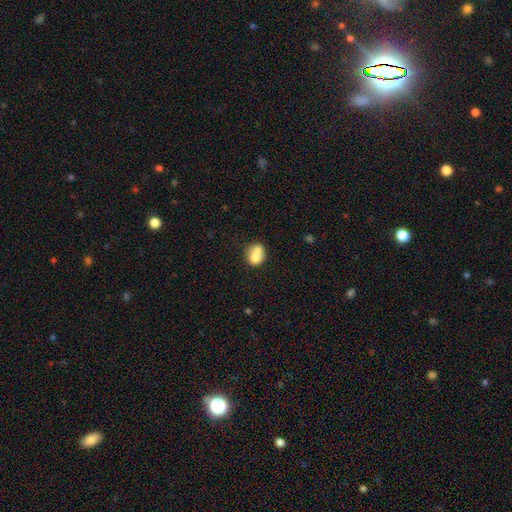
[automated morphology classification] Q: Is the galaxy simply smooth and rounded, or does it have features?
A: smooth — 71%.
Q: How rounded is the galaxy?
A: round — 60%.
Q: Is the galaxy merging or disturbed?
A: merger — 60%.